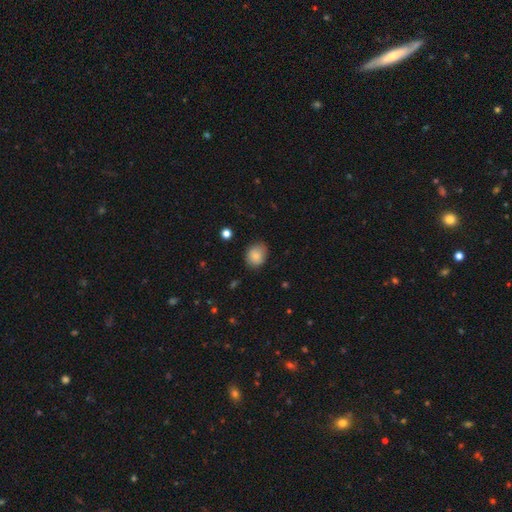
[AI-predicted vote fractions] This is clearly a smooth galaxy (84%). How rounded: possibly round (58%). Merging: likely none (76%).